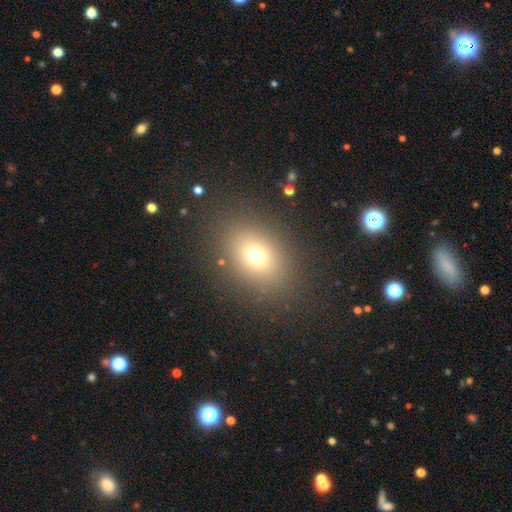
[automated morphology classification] Smooth or featured? smooth (71%)
How rounded? in between (62%)
Merging? none (85%)